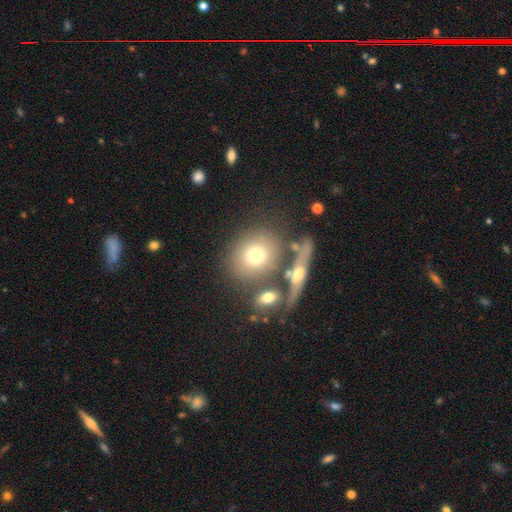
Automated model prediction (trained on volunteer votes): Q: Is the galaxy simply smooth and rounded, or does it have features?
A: smooth — 68%.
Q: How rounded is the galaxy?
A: round — 68%.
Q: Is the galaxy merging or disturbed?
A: none — 62%.